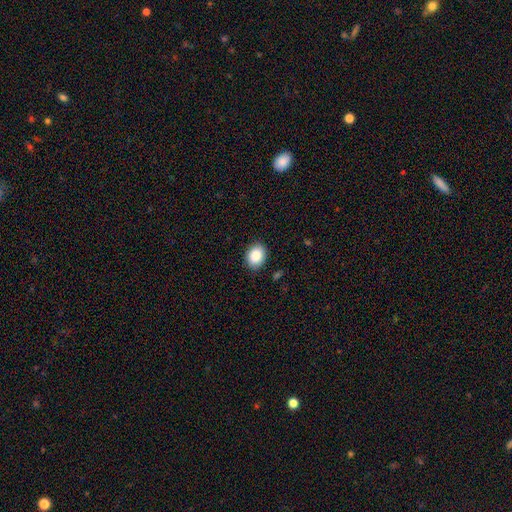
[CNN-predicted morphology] Q: Smooth or featured?
A: smooth (88%); runner-up: star or artifact (8%)
Q: How rounded?
A: in between (62%); runner-up: round (38%)
Q: Merging?
A: none (88%); runner-up: minor disturbance (9%)